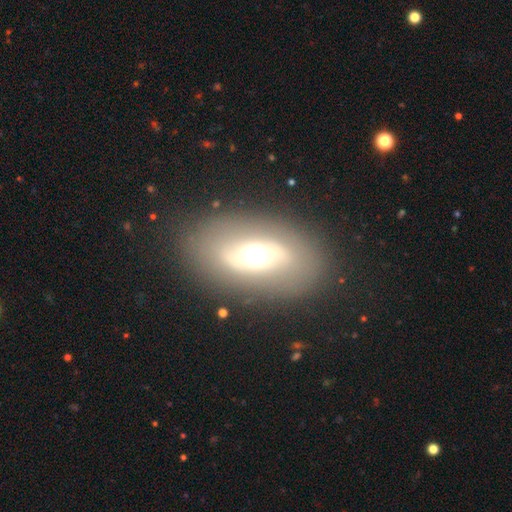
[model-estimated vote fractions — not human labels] This appears to be a featured or disk galaxy (52%). Merging: none (82%).